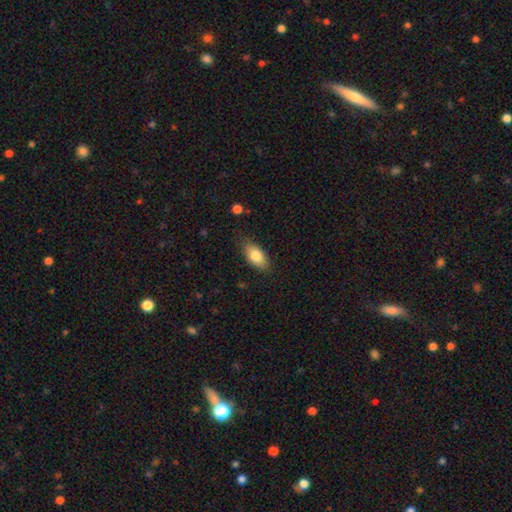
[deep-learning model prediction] This appears to be a smooth galaxy with no disk features (81%) that is in between round and cigar-shaped (89%). Merging: none (79%).